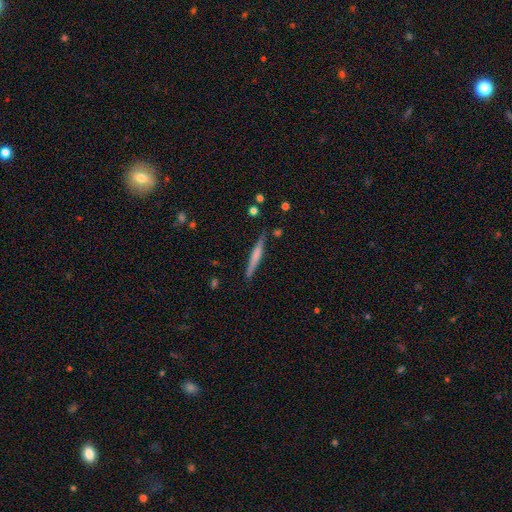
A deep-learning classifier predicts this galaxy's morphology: Overall: featured or disk (49%; smooth 46%). Merging: none (85%).